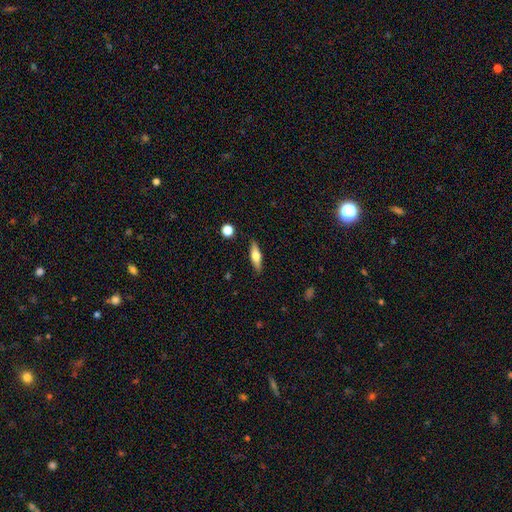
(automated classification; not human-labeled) The model was most divided on "how rounded": cigar-shaped: 55%, in between: 42%, round: 3%. More confident: merging — none (87%); smooth or featured — smooth (56%).